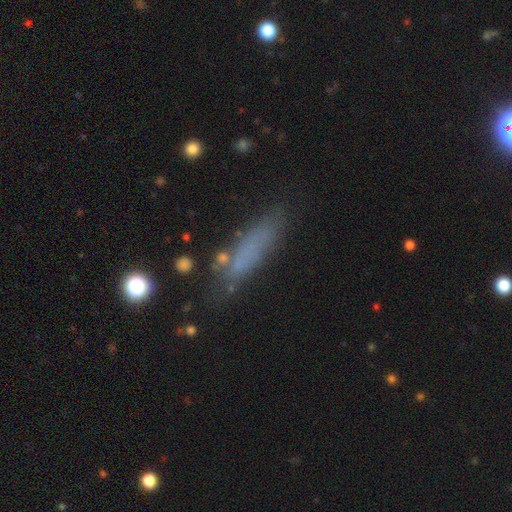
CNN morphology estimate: Smooth or featured?
  - smooth: 65% *
  - featured or disk: 21%
  - star or artifact: 14%
How rounded?
  - cigar-shaped: 68% *
  - in between: 29%
  - round: 3%
Merging?
  - none: 68% *
  - minor disturbance: 19%
  - major disturbance: 8%
  - merger: 5%